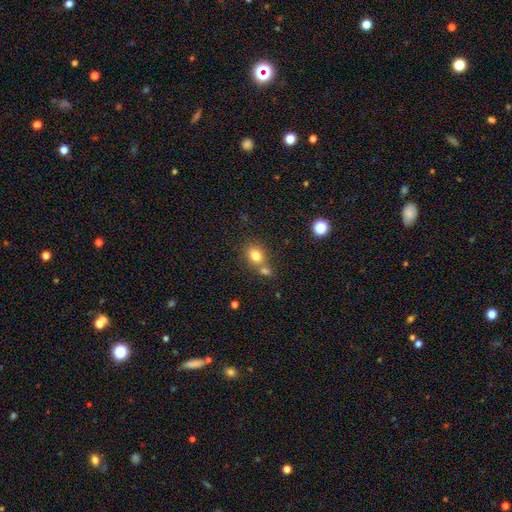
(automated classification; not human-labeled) smooth_or_featured: smooth (p=0.79) [alt: star or artifact p=0.12]
how_rounded: round (p=0.53) [alt: in between p=0.45]
merging: none (p=0.55) [alt: merger p=0.31]